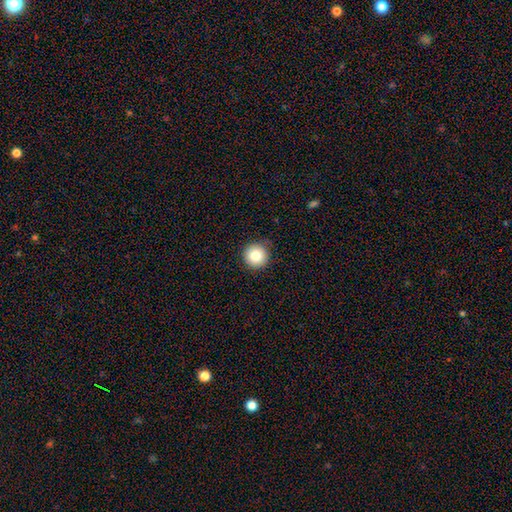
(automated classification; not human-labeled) Smooth or featured: smooth — 83% (star or artifact — 10%)
How rounded: round — 96% (in between — 3%)
Merging: none — 88% (minor disturbance — 9%)